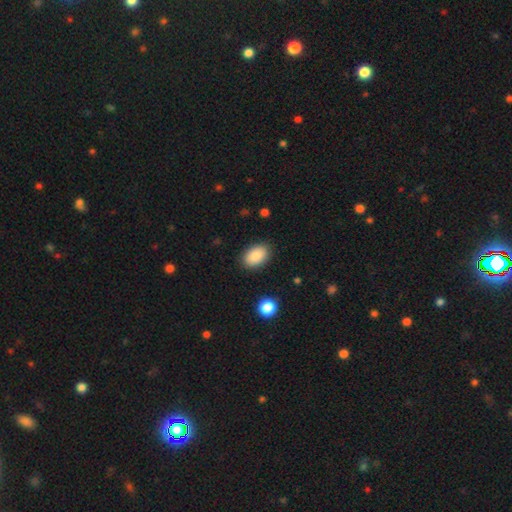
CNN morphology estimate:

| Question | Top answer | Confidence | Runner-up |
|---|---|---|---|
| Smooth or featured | smooth | 87% | star or artifact (7%) |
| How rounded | in between | 89% | round (10%) |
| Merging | none | 87% | minor disturbance (9%) |